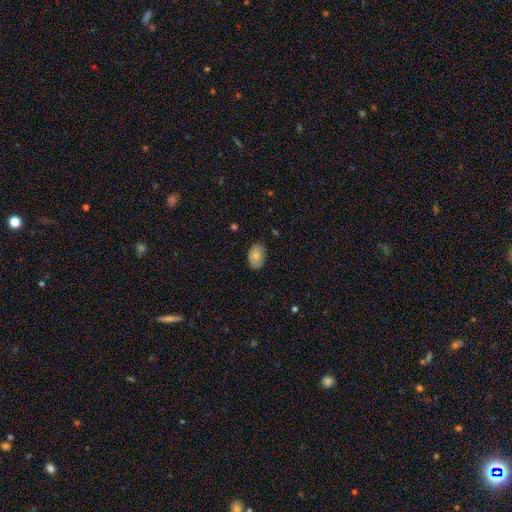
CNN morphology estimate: type=smooth (77%); roundness=in between (85%); merging=none (79%).